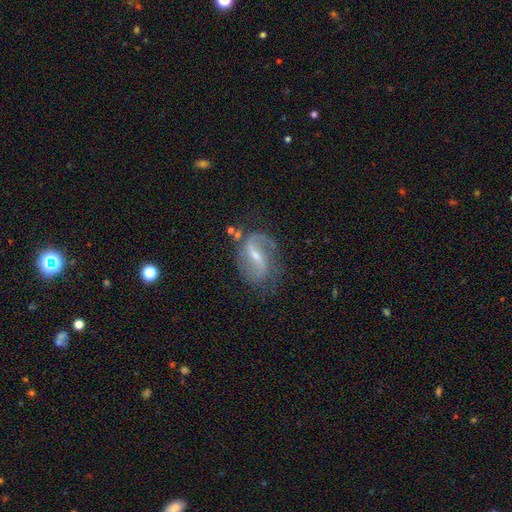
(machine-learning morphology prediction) A featured or disk galaxy (86%) with a weak bar (46%), 2 (80%) loose (49%) spiral arms (94%) and a small central bulge (61%).

Vote fractions:
- Smooth or featured? featured or disk: 86% / smooth: 8% / star or artifact: 6%
- Edge-on disk? no: 97% / yes: 3%
- Bar? weak: 46% / strong: 38% / no: 16%
- Spiral arms? yes: 94% / no: 6%
- Spiral winding? loose: 49% / medium: 40% / tight: 11%
- Spiral arm count? 2: 80% / 1: 11% / can't tell: 5% / 3: 2% / 4: 1% / more than 4: 1%
- Bulge size? small: 61% / moderate: 33% / none: 4% / large: 2% / dominant: 1%
- Merging? none: 64% / minor disturbance: 21% / major disturbance: 12% / merger: 3%